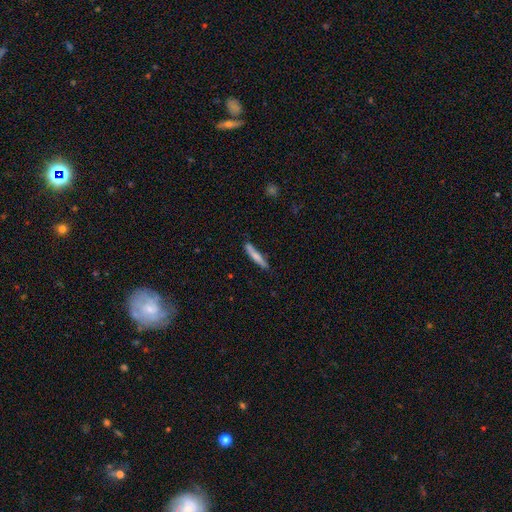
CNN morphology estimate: This is likely a smooth galaxy (69%). How rounded: clearly cigar-shaped (93%). Merging: clearly none (83%).